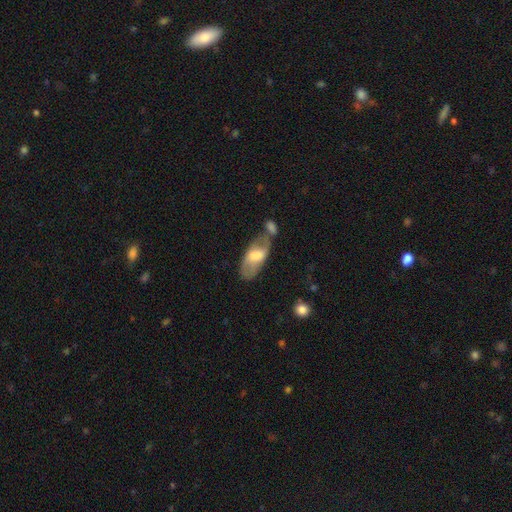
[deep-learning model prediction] Smooth or featured?
  - smooth: 54% *
  - featured or disk: 40%
  - star or artifact: 6%
How rounded?
  - in between: 87% *
  - cigar-shaped: 10%
  - round: 3%
Merging?
  - none: 42% *
  - merger: 23%
  - minor disturbance: 22%
  - major disturbance: 13%